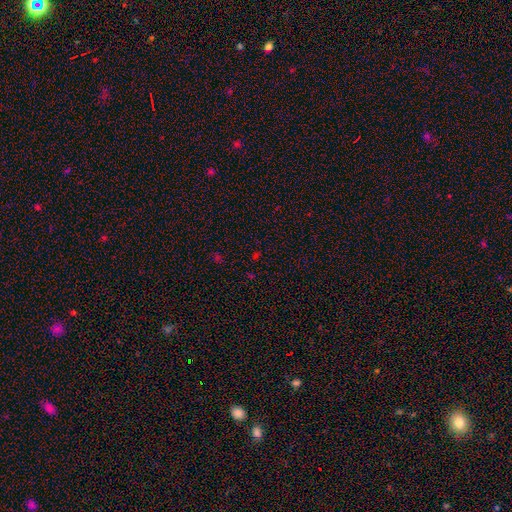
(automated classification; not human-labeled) Smooth or featured: star or artifact — 56% (smooth — 36%)